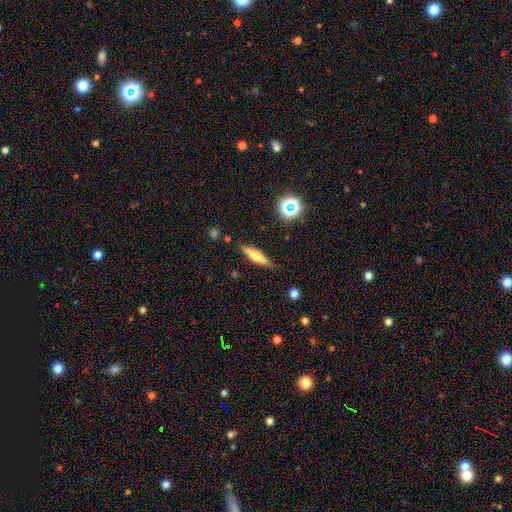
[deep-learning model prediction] A featured or disk galaxy (54%) viewed edge-on (95%) with a rounded central bulge (84%). Merging: none (85%).